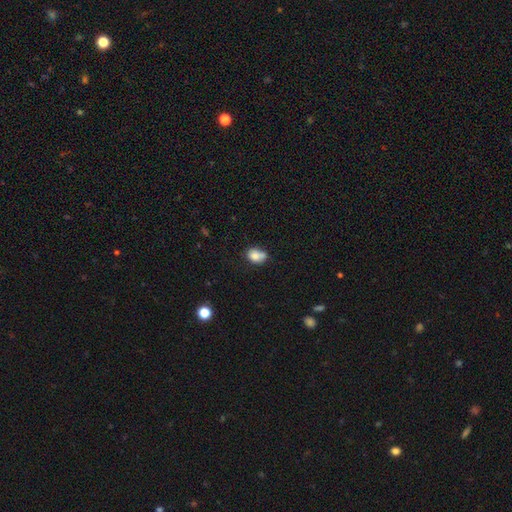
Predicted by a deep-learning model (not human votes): Smooth or featured?
  - smooth: 81% *
  - star or artifact: 10%
  - featured or disk: 10%
How rounded?
  - in between: 67% *
  - round: 32%
  - cigar-shaped: 1%
Merging?
  - none: 44% *
  - minor disturbance: 28%
  - merger: 19%
  - major disturbance: 9%